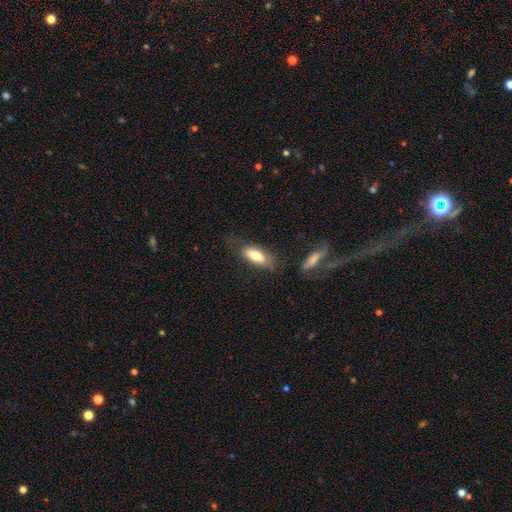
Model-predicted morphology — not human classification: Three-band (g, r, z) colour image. It shows a smooth galaxy with no disk features (75%) that is in between round and cigar-shaped (76%). Merging: none (63%).